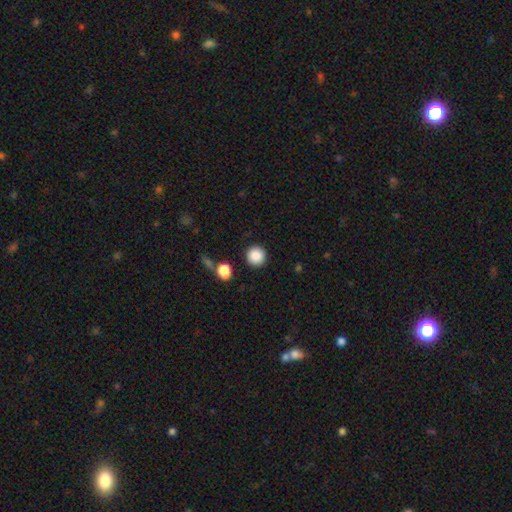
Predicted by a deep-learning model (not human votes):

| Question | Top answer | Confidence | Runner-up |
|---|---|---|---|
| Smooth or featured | smooth | 87% | star or artifact (9%) |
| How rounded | round | 94% | in between (5%) |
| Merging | none | 89% | minor disturbance (6%) |